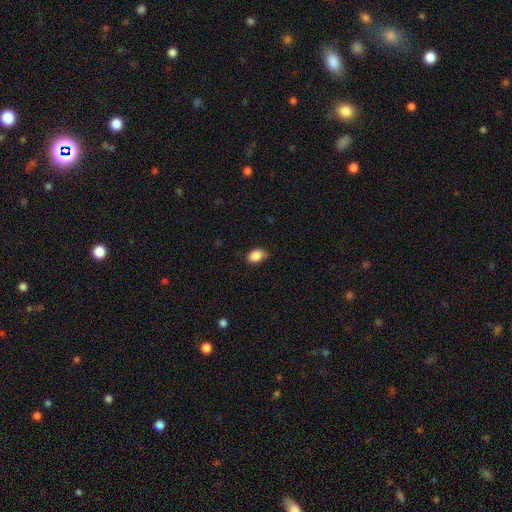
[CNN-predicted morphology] type=smooth (87%); roundness=in between (77%); merging=none (77%).